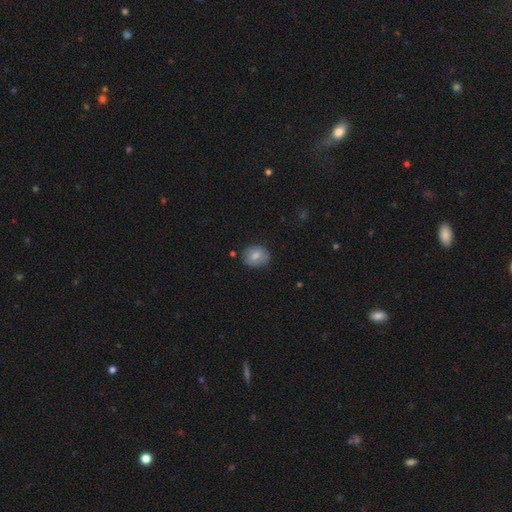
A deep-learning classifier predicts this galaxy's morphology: Q: Smooth or featured?
A: smooth (75%); runner-up: featured or disk (17%)
Q: How rounded?
A: round (65%); runner-up: in between (34%)
Q: Merging?
A: none (78%); runner-up: minor disturbance (17%)